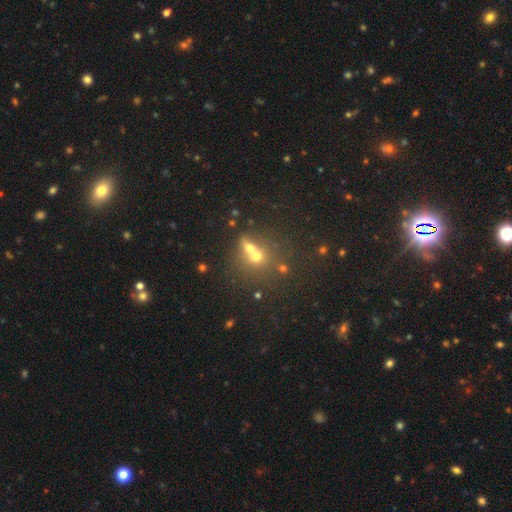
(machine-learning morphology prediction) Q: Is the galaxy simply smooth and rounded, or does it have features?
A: smooth — 56%.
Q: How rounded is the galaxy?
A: round — 69%.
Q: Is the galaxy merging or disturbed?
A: merger — 55%.